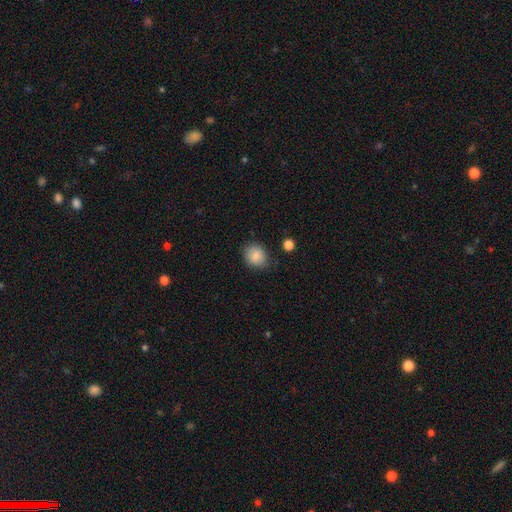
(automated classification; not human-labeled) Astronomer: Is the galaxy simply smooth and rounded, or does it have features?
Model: smooth — 87%.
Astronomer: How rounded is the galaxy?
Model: round — 67%.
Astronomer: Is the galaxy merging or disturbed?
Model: none — 80%.